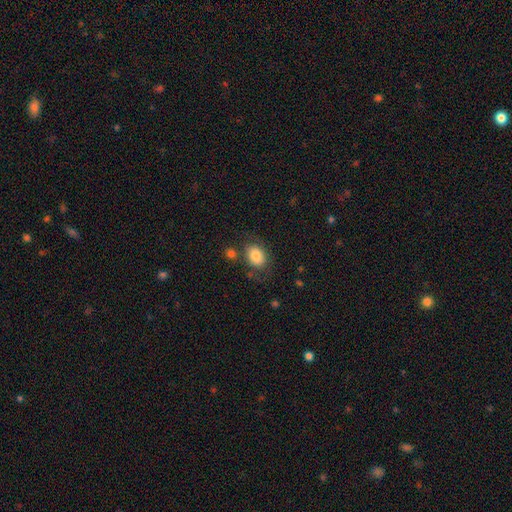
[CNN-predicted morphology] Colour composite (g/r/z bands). It shows a smooth galaxy with no disk features (82%) that is in between round and cigar-shaped (70%). Merging: none (69%).